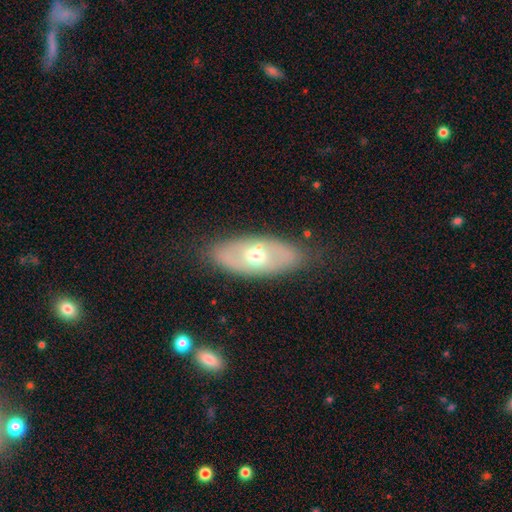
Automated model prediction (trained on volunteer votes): This is possibly a smooth galaxy (47%). Merging: likely none (76%).